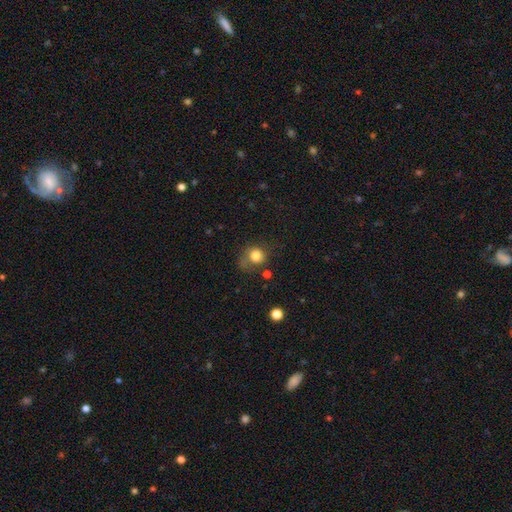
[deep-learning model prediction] This is likely a smooth galaxy (80%). How rounded: clearly round (82%). Merging: possibly none (51%).